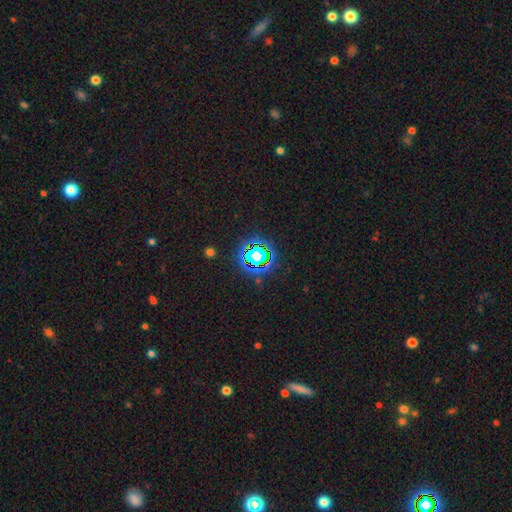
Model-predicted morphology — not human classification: A star or artifact, not a galaxy (70%).